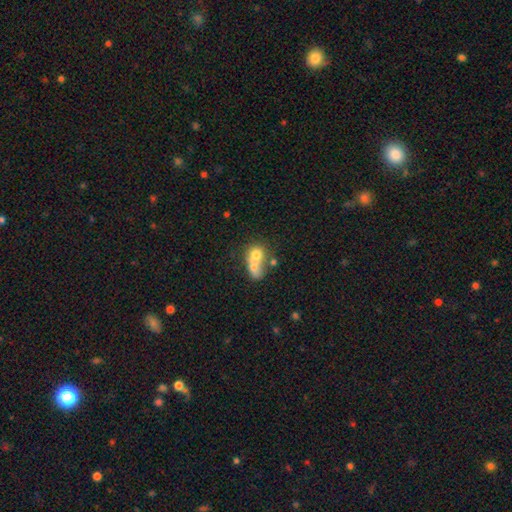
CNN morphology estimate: Smooth or featured? smooth (61%)
How rounded? in between (50%)
Merging? merger (67%)